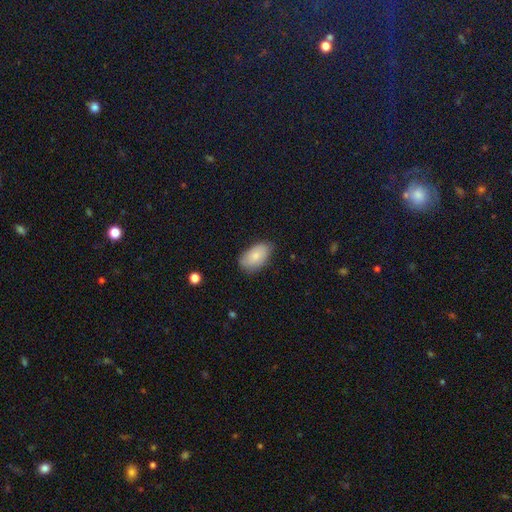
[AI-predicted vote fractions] smooth-or-featured: smooth: 83% | featured or disk: 11% | star or artifact: 6%
  how-rounded: in between: 94% | round: 4% | cigar-shaped: 2%
  merging: none: 78% | minor disturbance: 18% | major disturbance: 3% | merger: 1%